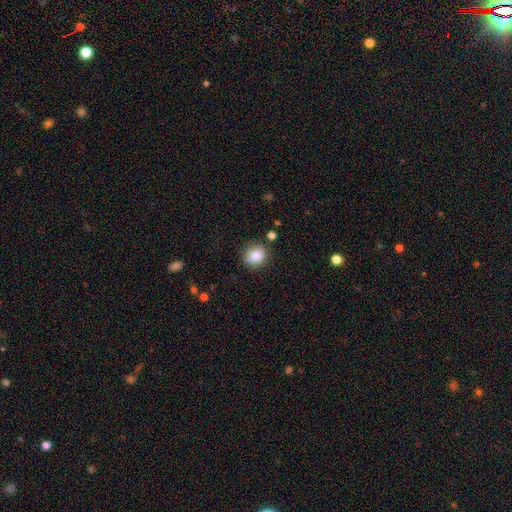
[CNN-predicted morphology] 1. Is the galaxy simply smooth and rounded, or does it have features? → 85% smooth, 9% star or artifact, 5% featured or disk.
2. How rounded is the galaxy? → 75% round, 24% in between, 1% cigar-shaped.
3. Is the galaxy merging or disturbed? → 82% none, 12% minor disturbance, 3% major disturbance, 3% merger.